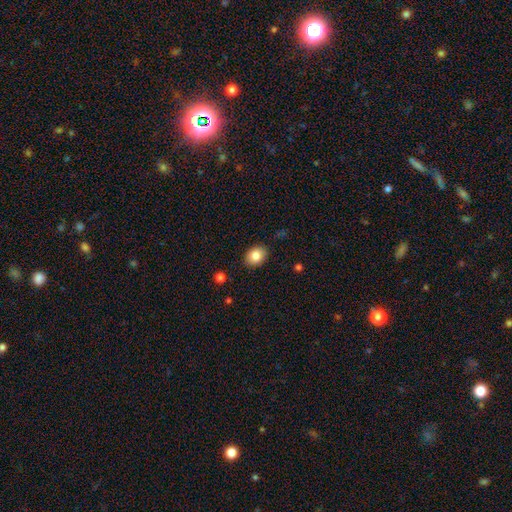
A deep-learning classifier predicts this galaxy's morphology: This is clearly a smooth galaxy (84%). How rounded: likely in between (64%). Merging: clearly none (88%).